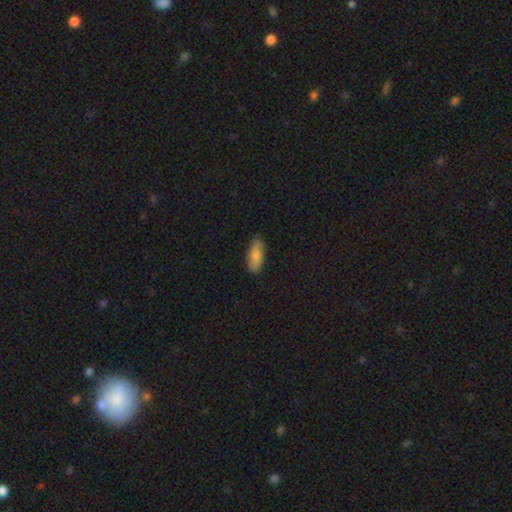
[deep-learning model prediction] This is likely a smooth galaxy (79%). How rounded: likely in between (79%). Merging: clearly none (83%).